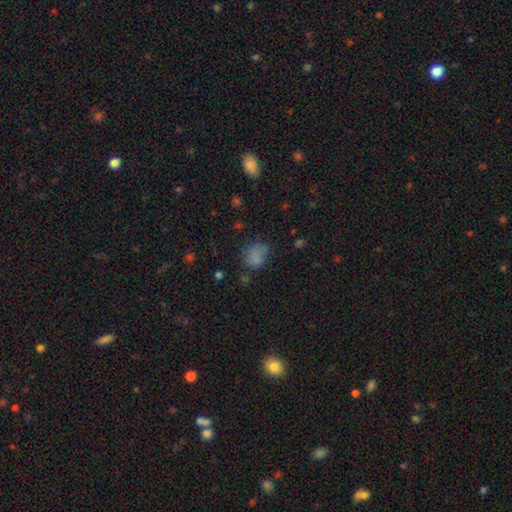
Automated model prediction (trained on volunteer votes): smooth_or_featured: smooth (p=0.73) [alt: star or artifact p=0.15]
how_rounded: round (p=0.57) [alt: in between p=0.42]
merging: none (p=0.51) [alt: minor disturbance p=0.27]